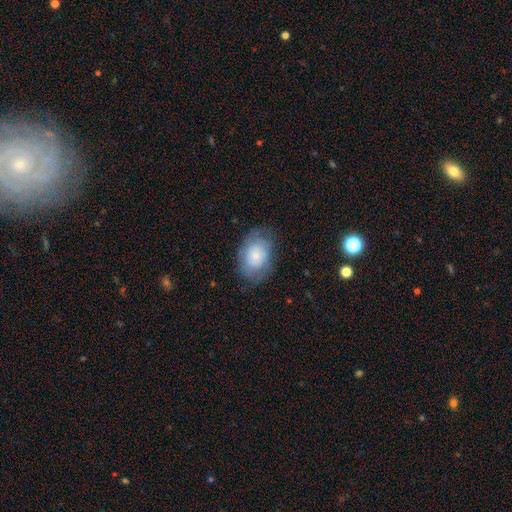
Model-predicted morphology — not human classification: Smooth or featured: smooth — 72% (featured or disk — 20%)
How rounded: in between — 81% (round — 18%)
Merging: none — 70% (minor disturbance — 21%)